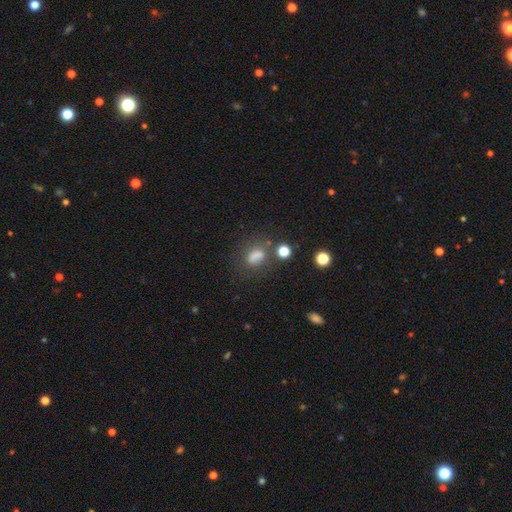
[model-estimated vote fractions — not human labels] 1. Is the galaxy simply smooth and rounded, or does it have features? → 68% smooth, 19% star or artifact, 13% featured or disk.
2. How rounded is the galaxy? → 65% in between, 29% round, 6% cigar-shaped.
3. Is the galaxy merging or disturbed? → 60% none, 18% minor disturbance, 12% merger, 10% major disturbance.